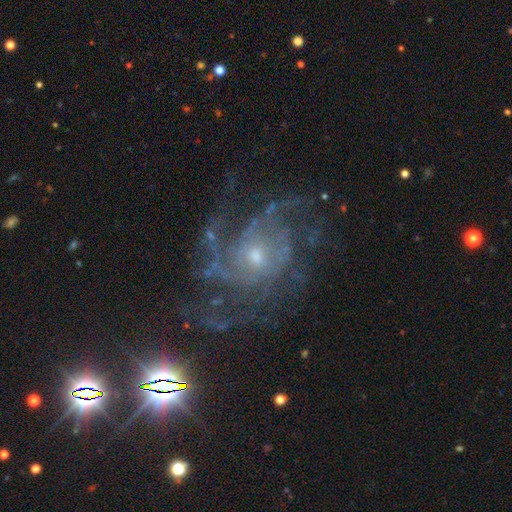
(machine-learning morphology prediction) Overall: featured or disk (82%). Edge-on disk: no (97%). Bar: no (70%). Spiral arms: yes (96%). Spiral arm count: can't tell (30%; 4 19%). Spiral winding: tight (51%; medium 39%). Bulge size: small (69%). Merging: none (68%).